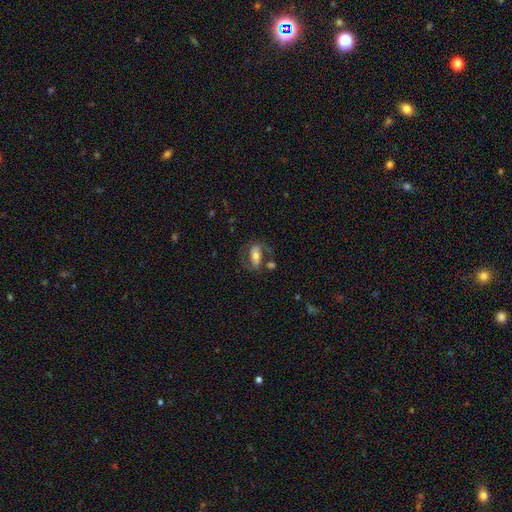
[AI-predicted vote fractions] smooth-or-featured: featured or disk: 61% | smooth: 32% | star or artifact: 7%
  disk-edge-on: no: 92% | yes: 8%
    bar: strong: 43% | no: 29% | weak: 28%
    has-spiral-arms: yes: 83% | no: 17%
    bulge-size: moderate: 57% | small: 23% | large: 16% | dominant: 2% | none: 2%
  merging: none: 56% | major disturbance: 17% | minor disturbance: 17% | merger: 10%